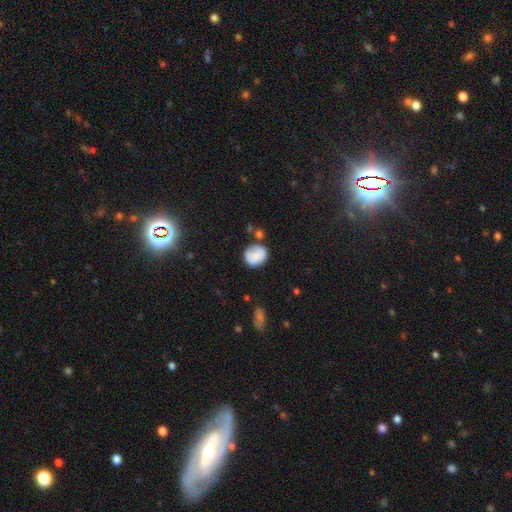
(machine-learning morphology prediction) This appears to be a smooth galaxy with no disk features (80%) that is round (74%). Merging: none (60%).